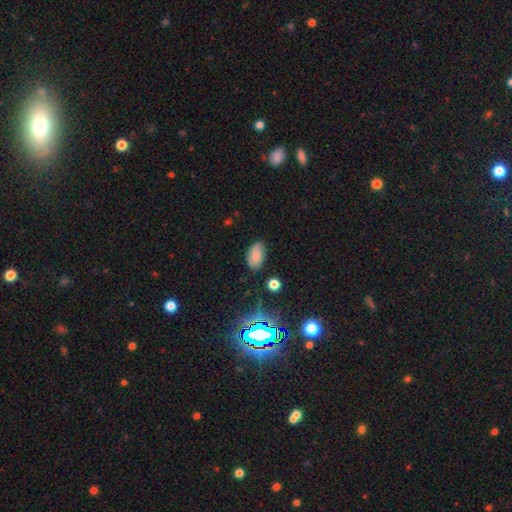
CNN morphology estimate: Q: Smooth or featured?
A: smooth (74%); runner-up: star or artifact (16%)
Q: How rounded?
A: in between (93%); runner-up: round (5%)
Q: Merging?
A: none (74%); runner-up: minor disturbance (19%)